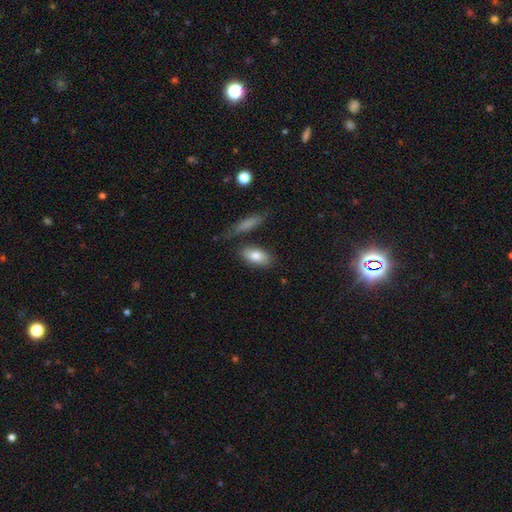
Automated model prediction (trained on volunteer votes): Smooth or featured?
  - smooth: 79% *
  - featured or disk: 15%
  - star or artifact: 7%
How rounded?
  - in between: 89% *
  - cigar-shaped: 7%
  - round: 5%
Merging?
  - none: 75% *
  - minor disturbance: 14%
  - merger: 7%
  - major disturbance: 4%